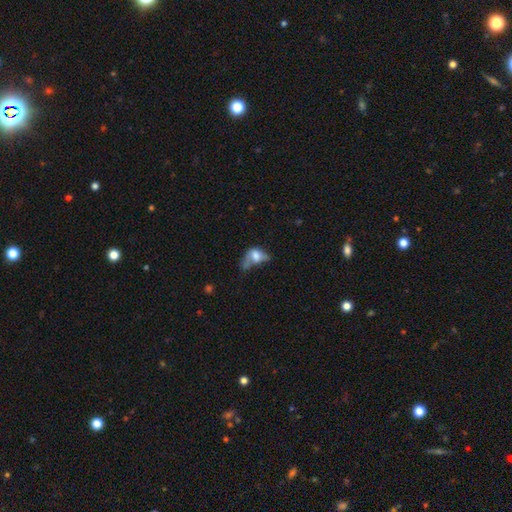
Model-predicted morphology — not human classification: smooth_or_featured: smooth (p=0.60) [alt: featured or disk p=0.29]
how_rounded: in between (p=0.78) [alt: round p=0.19]
merging: major disturbance (p=0.40) [alt: merger p=0.21]